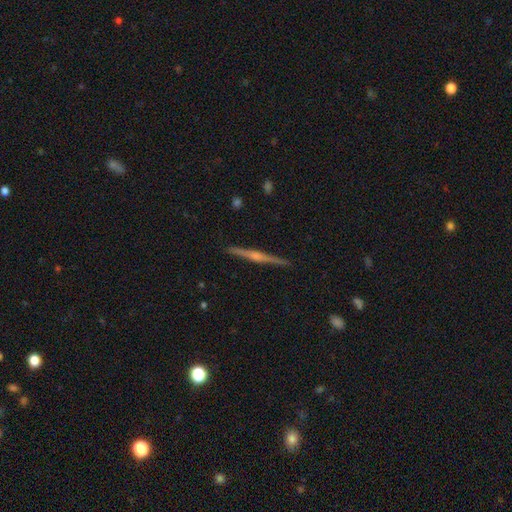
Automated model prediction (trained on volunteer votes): Morphology: type=featured or disk (79%); edge-on=yes (98%); edge-on bulge=rounded (72%); merging=none (92%).